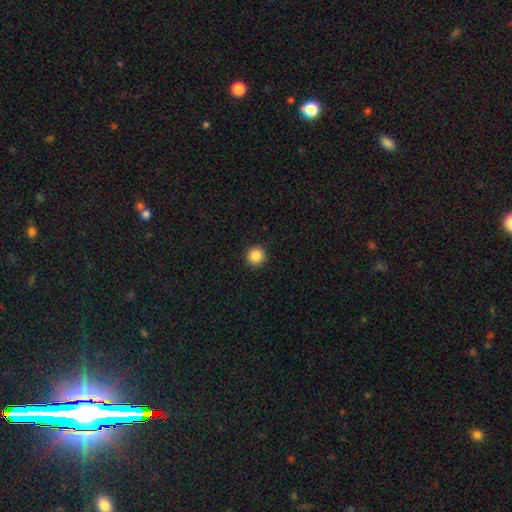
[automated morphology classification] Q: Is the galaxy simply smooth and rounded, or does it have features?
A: smooth — 88%.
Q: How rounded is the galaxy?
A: round — 94%.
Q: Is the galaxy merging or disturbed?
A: none — 92%.